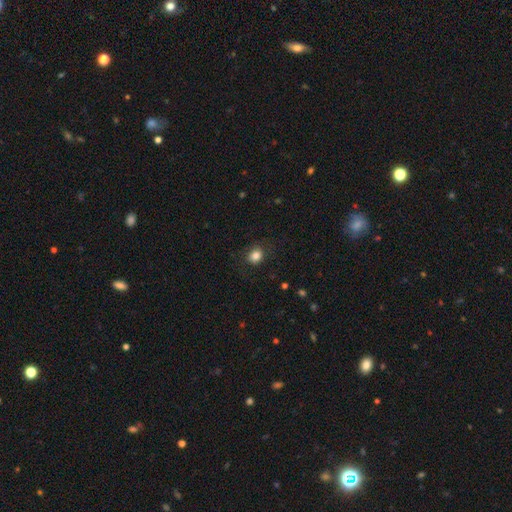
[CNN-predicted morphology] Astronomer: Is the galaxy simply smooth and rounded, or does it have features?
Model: smooth — 84%.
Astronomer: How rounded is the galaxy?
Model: round — 67%.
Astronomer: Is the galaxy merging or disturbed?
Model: none — 81%.